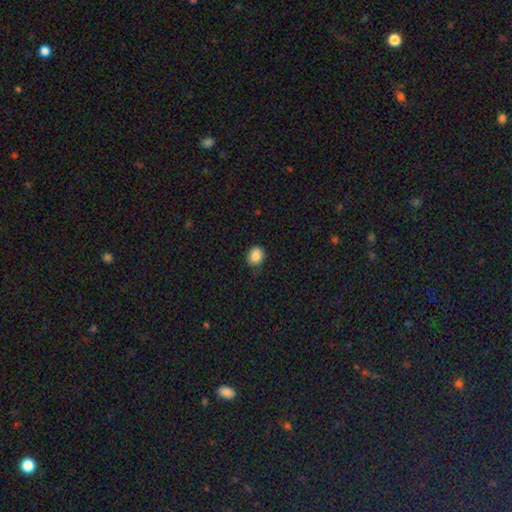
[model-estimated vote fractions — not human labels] smooth 86%, star or artifact 9%, featured or disk 5%. Down the decision tree: how rounded — round (60%); merging — none (79%).